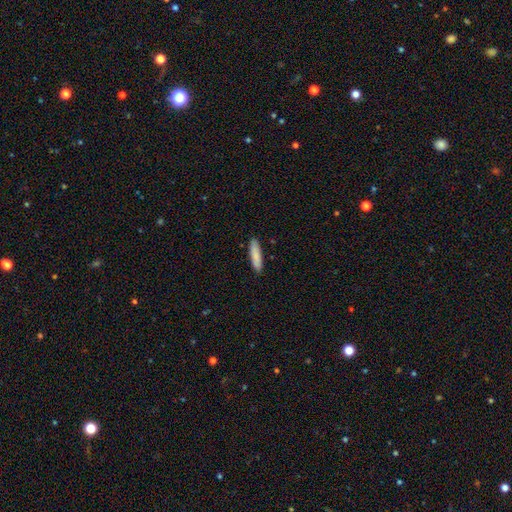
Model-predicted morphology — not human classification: type=smooth (85%); roundness=cigar-shaped (75%); merging=none (89%).